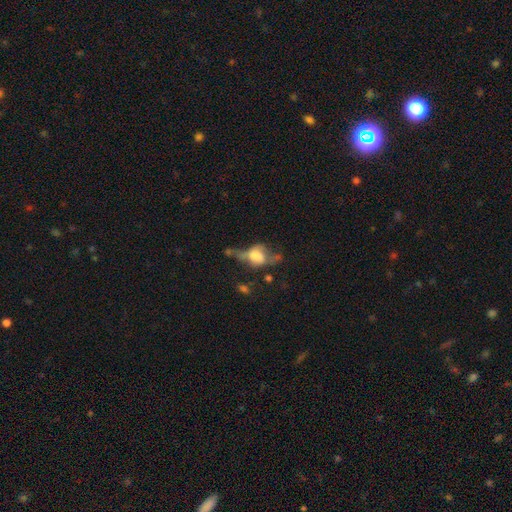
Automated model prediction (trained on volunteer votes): A featured or disk galaxy (46%). Merging: major disturbance (41%).